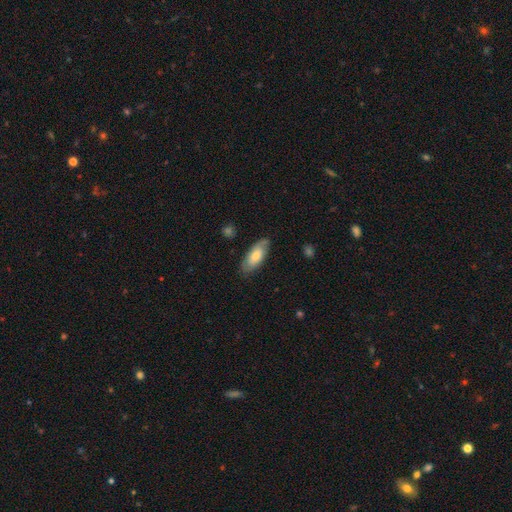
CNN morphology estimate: This appears to be a smooth galaxy with no disk features (64%) that is in between round and cigar-shaped (83%). Merging: none (80%).